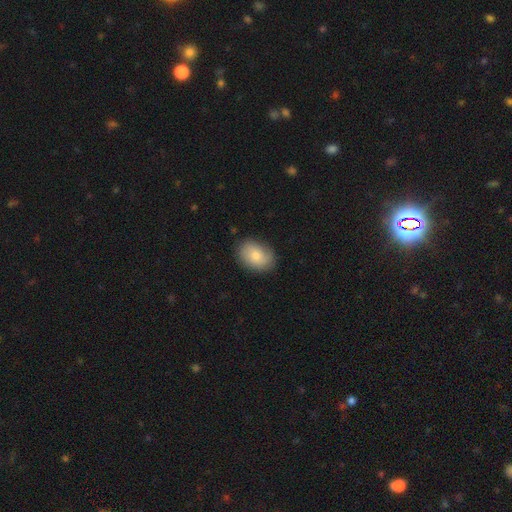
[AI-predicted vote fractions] Q: Smooth or featured?
A: smooth (77%); runner-up: featured or disk (16%)
Q: How rounded?
A: in between (75%); runner-up: round (24%)
Q: Merging?
A: none (82%); runner-up: minor disturbance (13%)